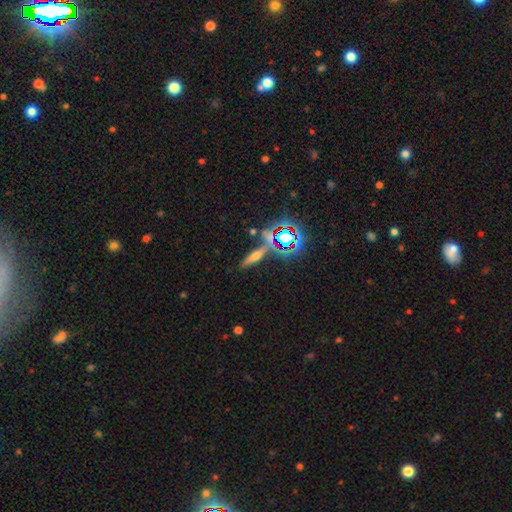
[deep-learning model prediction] A smooth galaxy with no disk features (39%).

Vote fractions:
- Smooth or featured? smooth: 39% / featured or disk: 33% / star or artifact: 28%
- Merging? none: 76% / minor disturbance: 10% / merger: 10% / major disturbance: 4%